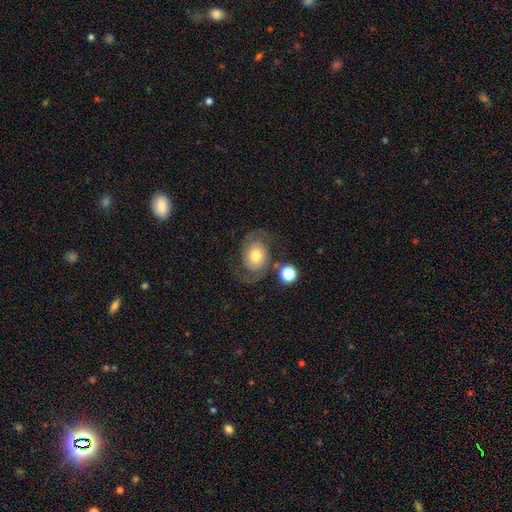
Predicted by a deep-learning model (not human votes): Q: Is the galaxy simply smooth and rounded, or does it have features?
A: featured or disk — 70%.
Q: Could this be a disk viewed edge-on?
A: no — 97%.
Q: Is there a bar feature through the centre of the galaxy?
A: no — 76%.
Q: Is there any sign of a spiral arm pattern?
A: yes — 92%.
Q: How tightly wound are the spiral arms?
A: medium — 49%.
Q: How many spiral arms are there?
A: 2 — 90%.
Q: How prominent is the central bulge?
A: moderate — 62%.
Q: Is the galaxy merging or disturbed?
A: none — 68%.